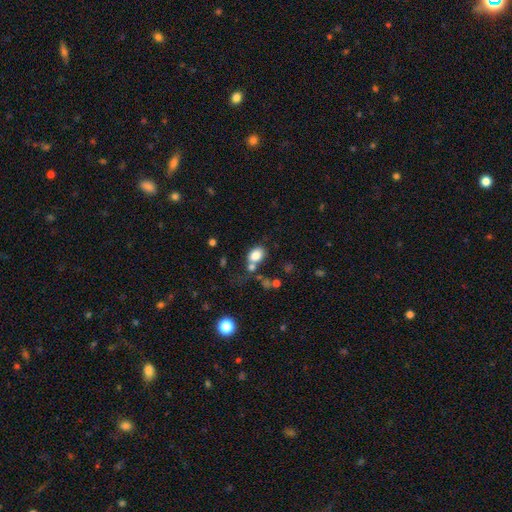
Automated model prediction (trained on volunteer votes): Morphology: type=smooth (81%); roundness=in between (67%); merging=none (52%).